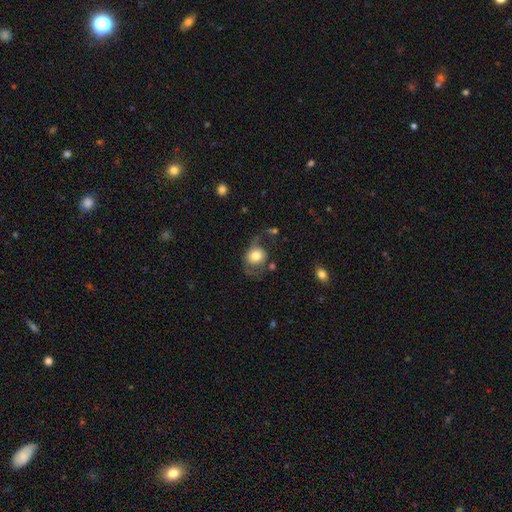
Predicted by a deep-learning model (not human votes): This is likely a smooth galaxy (69%). How rounded: likely round (68%). Merging: marginally none (41%).